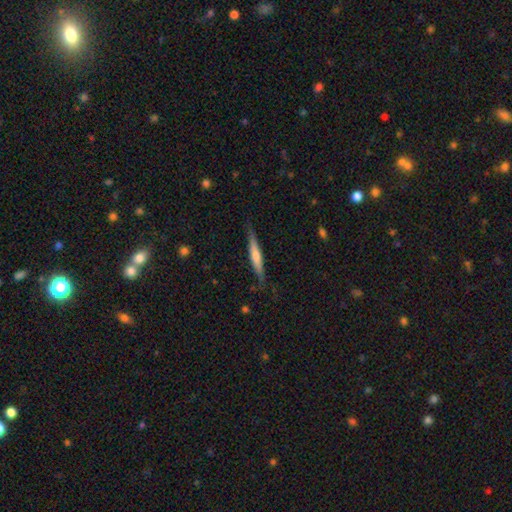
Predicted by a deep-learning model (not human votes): featured or disk 53%, smooth 41%, star or artifact 6%. Down the decision tree: edge-on disk — yes (95%); edge-on bulge — rounded (59%); merging — none (83%).